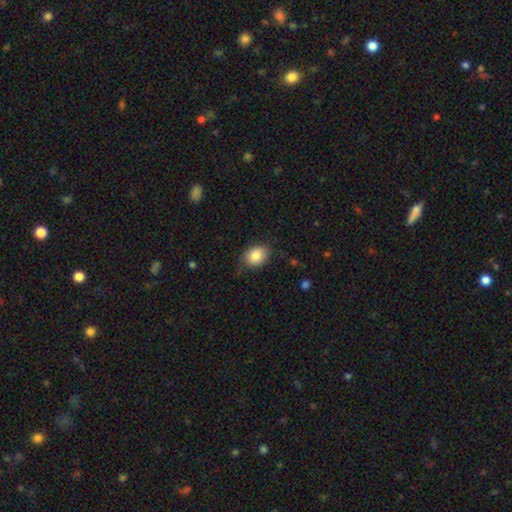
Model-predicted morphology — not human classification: smooth_or_featured: smooth (p=0.84) [alt: star or artifact p=0.08]
how_rounded: in between (p=0.64) [alt: round p=0.35]
merging: none (p=0.75) [alt: minor disturbance p=0.19]